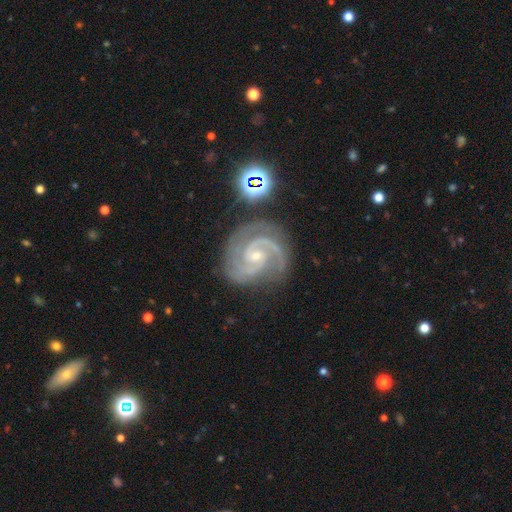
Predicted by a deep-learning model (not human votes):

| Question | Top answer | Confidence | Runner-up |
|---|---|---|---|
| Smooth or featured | featured or disk | 93% | star or artifact (5%) |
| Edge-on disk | no | 98% | yes (2%) |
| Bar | no | 56% | weak (34%) |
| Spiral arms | yes | 99% | no (1%) |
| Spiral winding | tight | 50% | medium (45%) |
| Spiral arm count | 2 | 76% | 3 (15%) |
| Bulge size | small | 73% | moderate (23%) |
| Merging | none | 74% | minor disturbance (18%) |